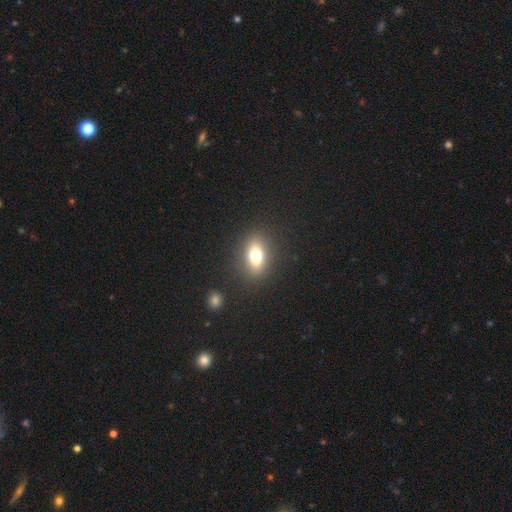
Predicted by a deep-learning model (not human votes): Smooth or featured: smooth — 72% (featured or disk — 16%)
How rounded: in between — 74% (round — 20%)
Merging: none — 86% (minor disturbance — 9%)